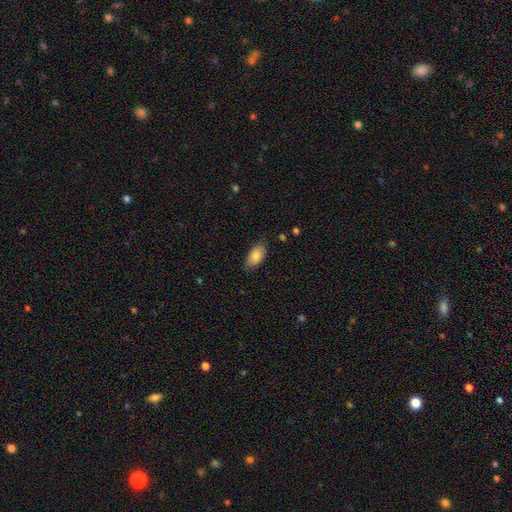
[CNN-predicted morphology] A smooth galaxy with no disk features (81%) that is in between round and cigar-shaped (93%). Merging: none (77%).